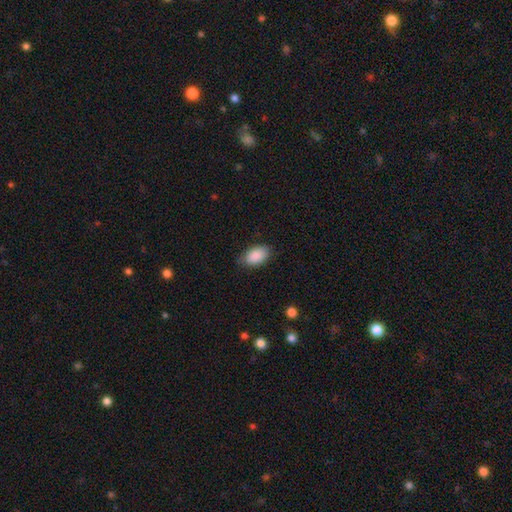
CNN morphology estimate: smooth 90%, star or artifact 6%, featured or disk 4%. Down the decision tree: how rounded — in between (93%); merging — none (76%).